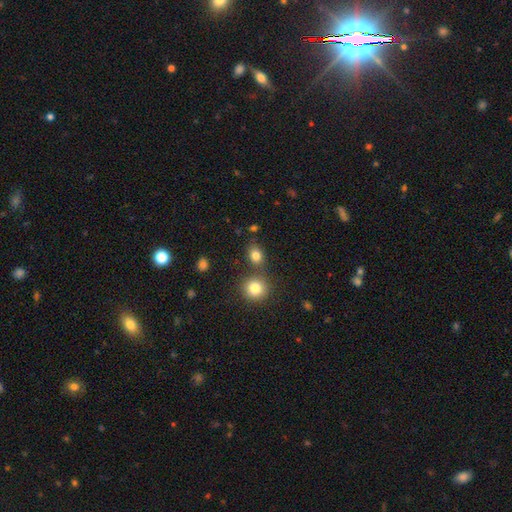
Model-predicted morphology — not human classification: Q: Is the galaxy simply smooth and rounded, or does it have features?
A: smooth — 81%.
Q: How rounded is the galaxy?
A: round — 52%.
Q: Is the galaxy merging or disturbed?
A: none — 71%.